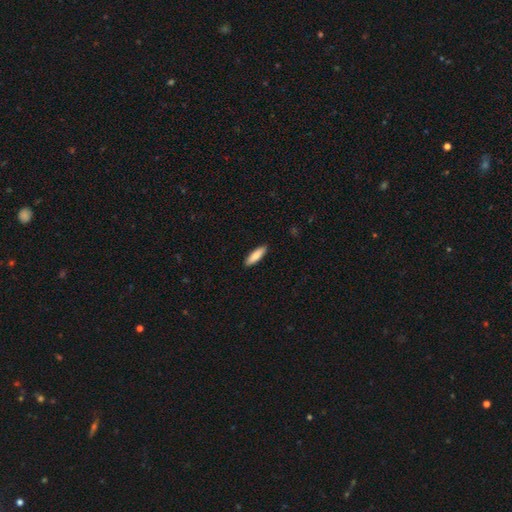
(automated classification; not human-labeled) This is clearly a smooth galaxy (85%). How rounded: possibly cigar-shaped (57%). Merging: clearly none (91%).